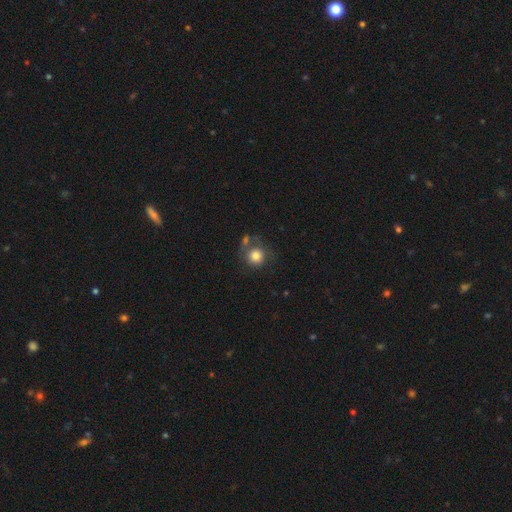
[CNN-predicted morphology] smooth-or-featured: smooth: 79% | featured or disk: 12% | star or artifact: 9%
  how-rounded: round: 88% | in between: 11% | cigar-shaped: 1%
  merging: none: 51% | minor disturbance: 19% | merger: 18% | major disturbance: 12%